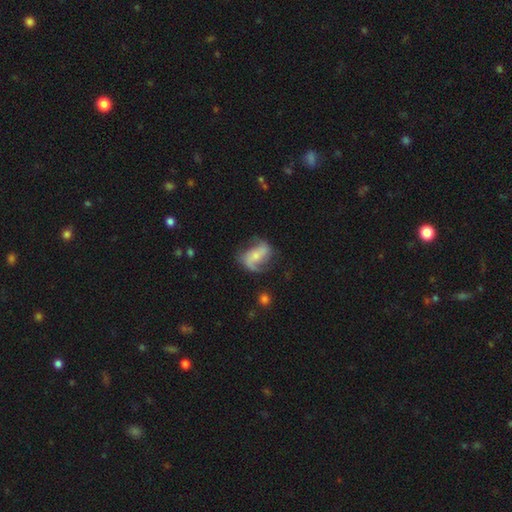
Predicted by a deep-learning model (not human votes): featured or disk 75%, smooth 19%, star or artifact 7%. Down the decision tree: edge-on disk — no (97%); bar — no (48%); spiral arms — yes (93%); spiral arm count — 2 (80%); spiral winding — loose (50%); bulge size — small (57%); merging — none (60%).